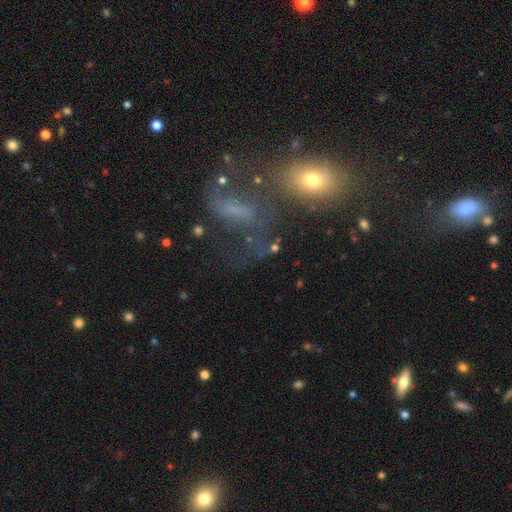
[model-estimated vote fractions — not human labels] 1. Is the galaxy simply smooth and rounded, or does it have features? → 39% smooth, 36% featured or disk, 25% star or artifact.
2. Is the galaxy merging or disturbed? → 42% none, 23% major disturbance, 18% merger, 17% minor disturbance.